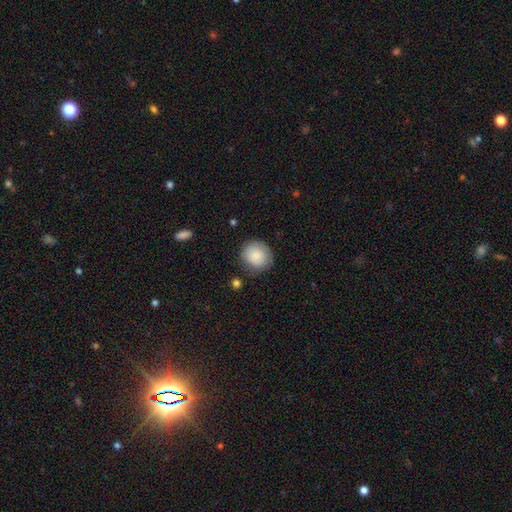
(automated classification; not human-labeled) Smooth or featured? Predicted: smooth (p=0.84). How rounded? Predicted: round (p=0.85). Merging? Predicted: none (p=0.78).